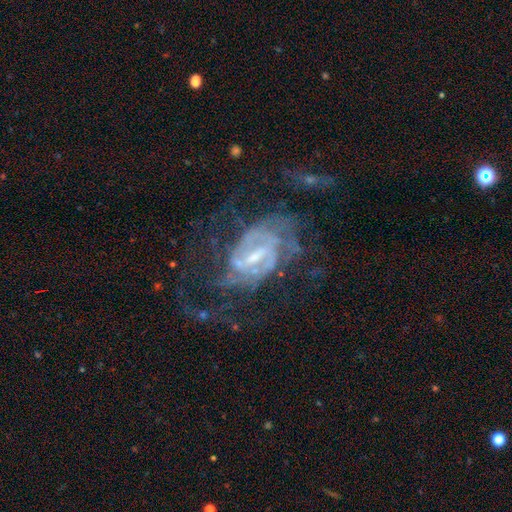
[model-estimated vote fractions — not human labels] The model was most divided on "spiral winding" (2-way tie): medium: 42%, tight: 42%, loose: 17%. Remaining: edge-on disk — no (96%); spiral arms — yes (92%); smooth or featured — featured or disk (87%); merging — none (53%); bulge size — small (52%); bar — weak (47%); spiral arm count — 2 (40%).